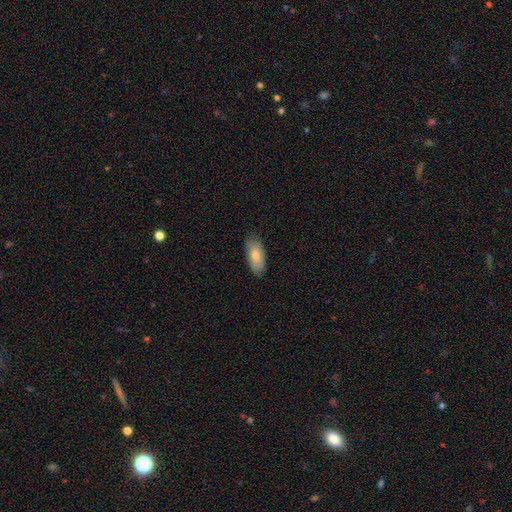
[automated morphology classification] Smooth or featured: smooth — 79% (featured or disk — 15%)
How rounded: in between — 88% (cigar-shaped — 9%)
Merging: none — 82% (minor disturbance — 15%)